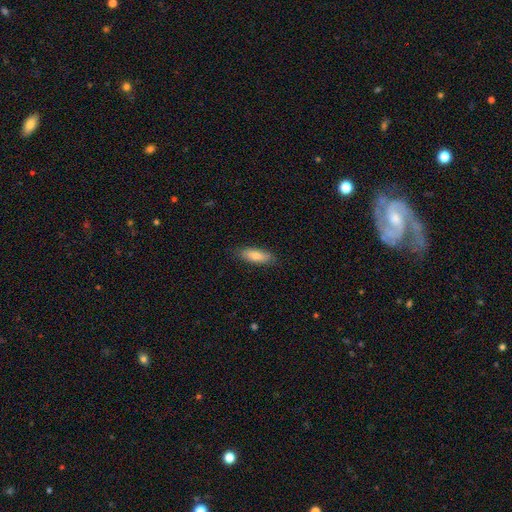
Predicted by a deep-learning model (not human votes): This is likely a smooth galaxy (73%). How rounded: likely in between (61%). Merging: clearly none (84%).